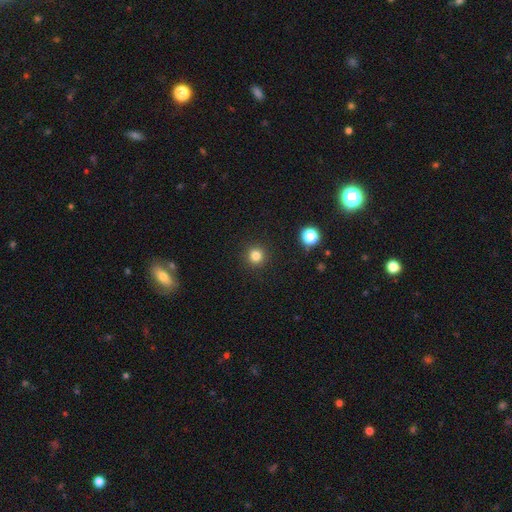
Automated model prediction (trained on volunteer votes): A smooth galaxy with no disk features (82%) that is round (95%). Merging: none (92%).